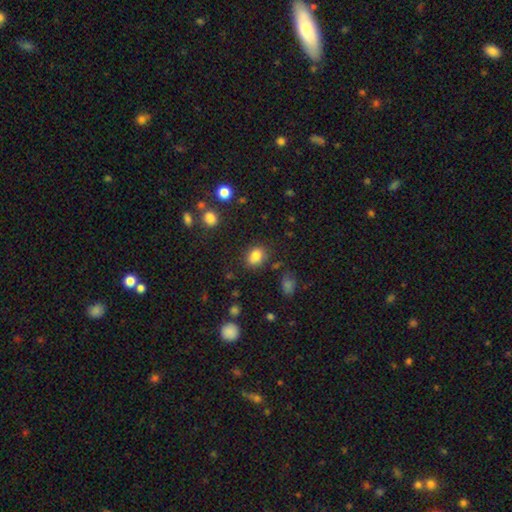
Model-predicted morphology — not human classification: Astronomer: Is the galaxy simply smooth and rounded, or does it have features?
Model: smooth — 83%.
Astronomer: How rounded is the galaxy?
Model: in between — 60% (runner-up: round, 39%).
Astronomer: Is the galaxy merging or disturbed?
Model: none — 80%.